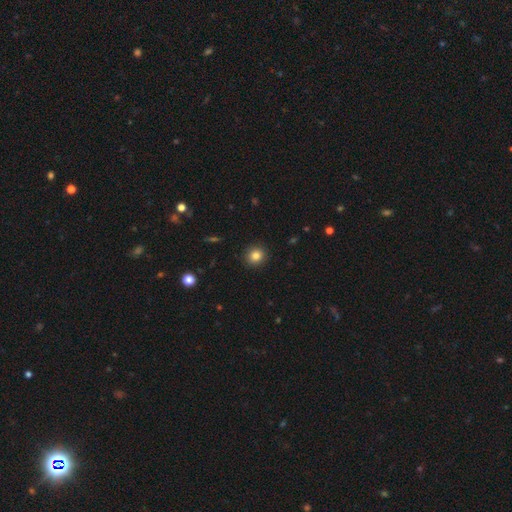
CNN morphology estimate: A smooth galaxy with no disk features (84%) that is round (89%). Merging: none (92%).